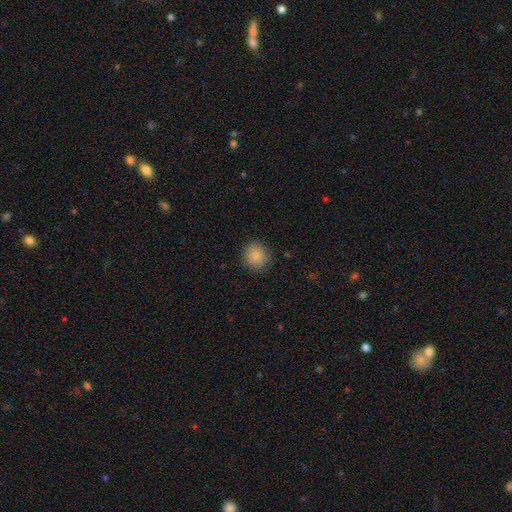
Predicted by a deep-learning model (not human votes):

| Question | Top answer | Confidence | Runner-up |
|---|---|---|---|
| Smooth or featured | smooth | 87% | star or artifact (9%) |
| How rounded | round | 90% | in between (9%) |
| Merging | none | 87% | minor disturbance (9%) |